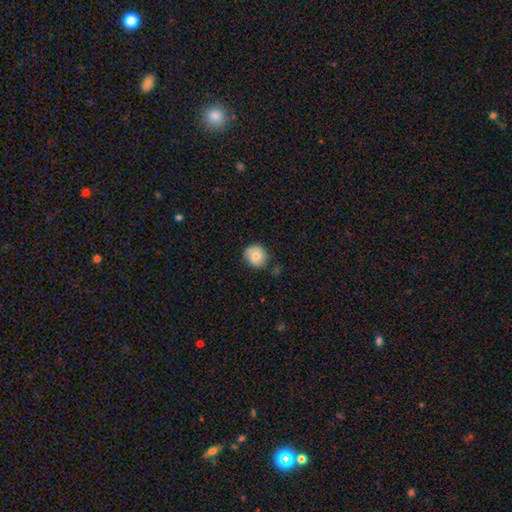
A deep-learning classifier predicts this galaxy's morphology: The model was most divided on "smooth or featured": smooth: 71%, featured or disk: 21%, star or artifact: 8%. More confident: how rounded — round (82%); merging — none (72%).